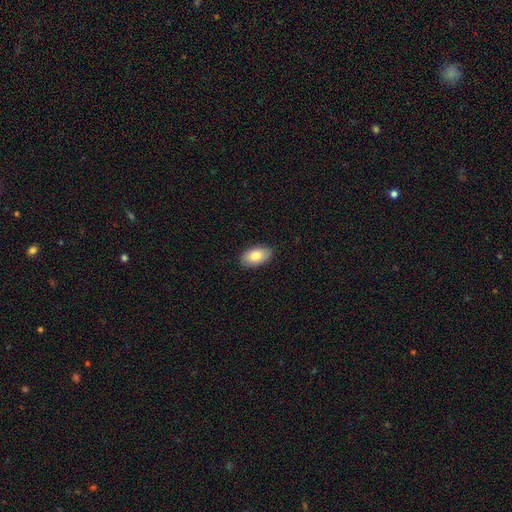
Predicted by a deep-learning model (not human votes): Smooth or featured: smooth — 83% (featured or disk — 11%)
How rounded: in between — 94% (round — 4%)
Merging: none — 88% (minor disturbance — 9%)